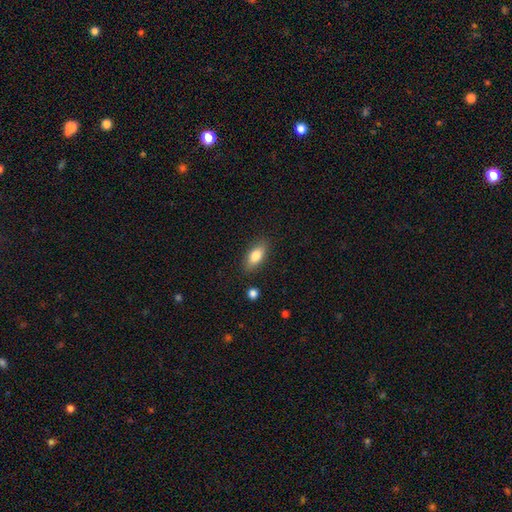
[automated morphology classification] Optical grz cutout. It shows a smooth galaxy with no disk features (81%) that is in between round and cigar-shaped (84%). Merging: none (85%).